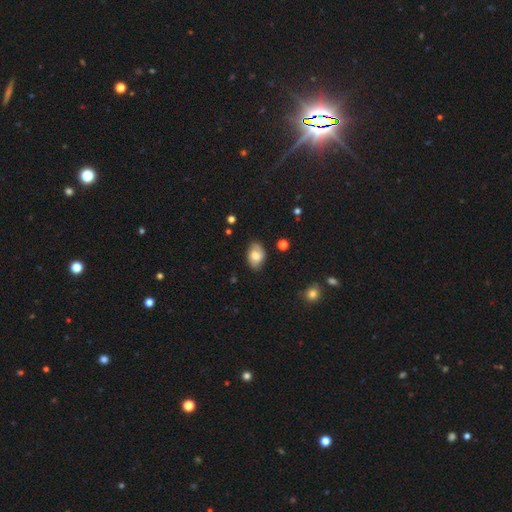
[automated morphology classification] A smooth galaxy with no disk features (71%) that is in between round and cigar-shaped (86%).

Vote fractions:
- Smooth or featured? smooth: 71% / featured or disk: 21% / star or artifact: 8%
- How rounded? in between: 86% / round: 12% / cigar-shaped: 1%
- Merging? none: 78% / minor disturbance: 17% / major disturbance: 3% / merger: 2%